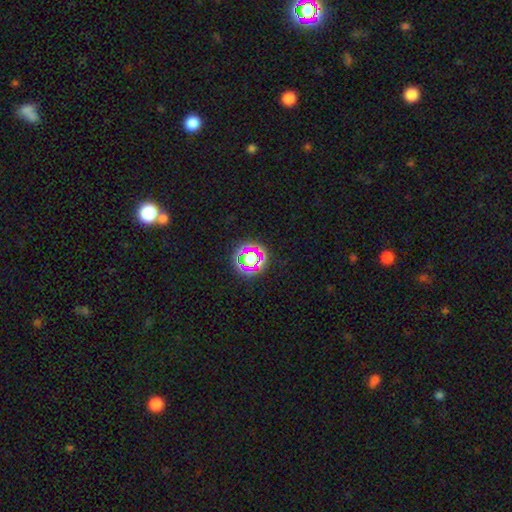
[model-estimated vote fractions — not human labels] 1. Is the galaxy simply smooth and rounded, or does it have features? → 48% star or artifact, 35% smooth, 17% featured or disk.